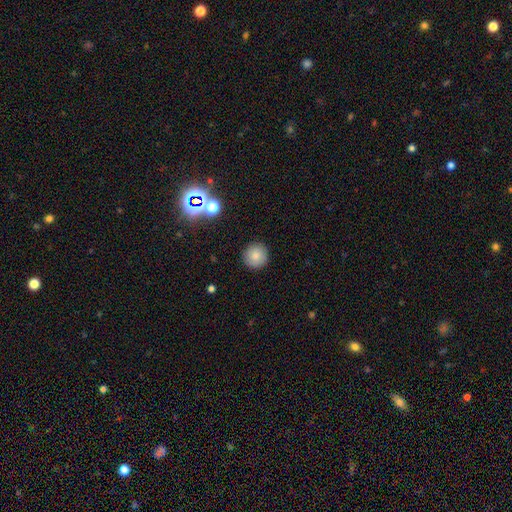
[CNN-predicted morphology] Smooth or featured? Predicted: smooth (p=0.82). How rounded? Predicted: round (p=0.95). Merging? Predicted: none (p=0.91).